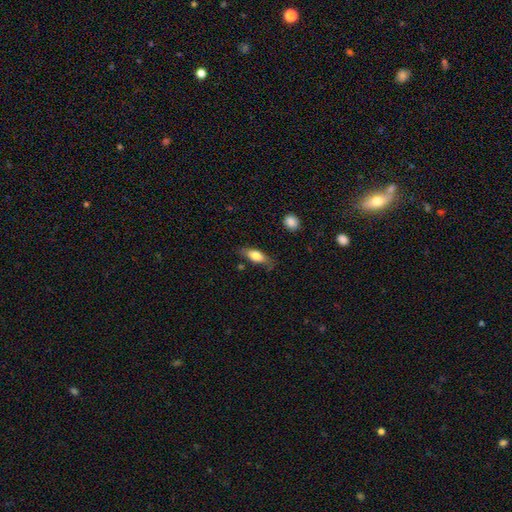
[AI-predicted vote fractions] A smooth galaxy with no disk features (71%) that is in between round and cigar-shaped (75%). Merging: none (66%).